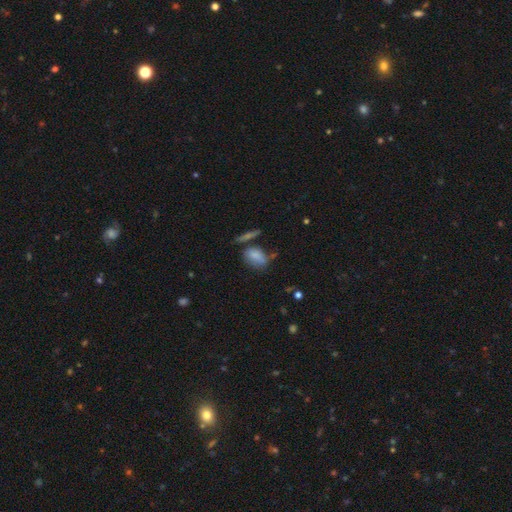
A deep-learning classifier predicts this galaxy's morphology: Smooth or featured: smooth — 77% (featured or disk — 13%)
How rounded: in between — 81% (round — 14%)
Merging: none — 47% (minor disturbance — 25%)